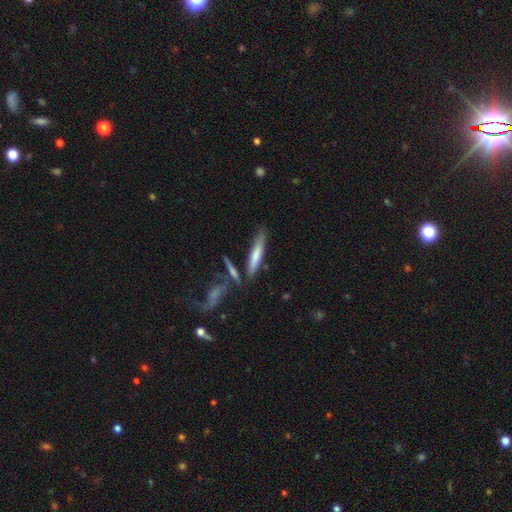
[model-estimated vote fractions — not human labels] Overall: smooth (66%; featured or disk 27%). How rounded: cigar-shaped (87%). Merging: none (69%).